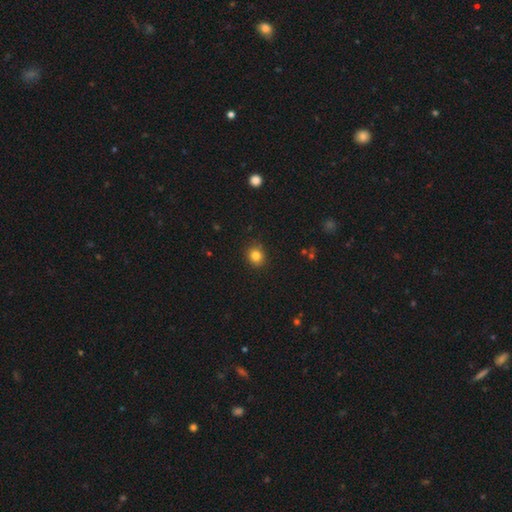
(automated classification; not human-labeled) Smooth or featured: smooth — 83% (star or artifact — 12%)
How rounded: round — 79% (in between — 20%)
Merging: none — 88% (minor disturbance — 9%)